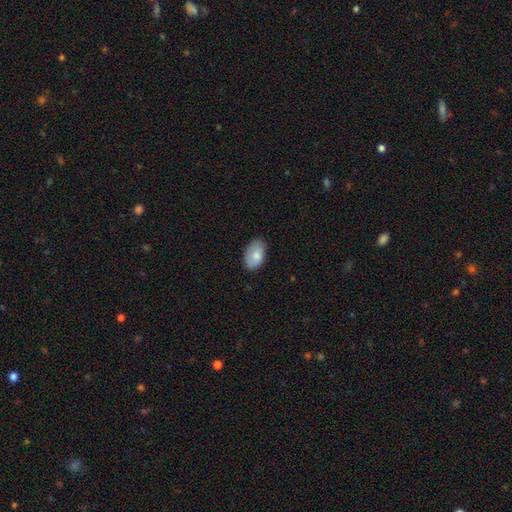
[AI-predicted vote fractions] Smooth or featured?
  - smooth: 79% *
  - featured or disk: 15%
  - star or artifact: 6%
How rounded?
  - in between: 93% *
  - round: 6%
  - cigar-shaped: 1%
Merging?
  - none: 78% *
  - minor disturbance: 17%
  - major disturbance: 3%
  - merger: 1%